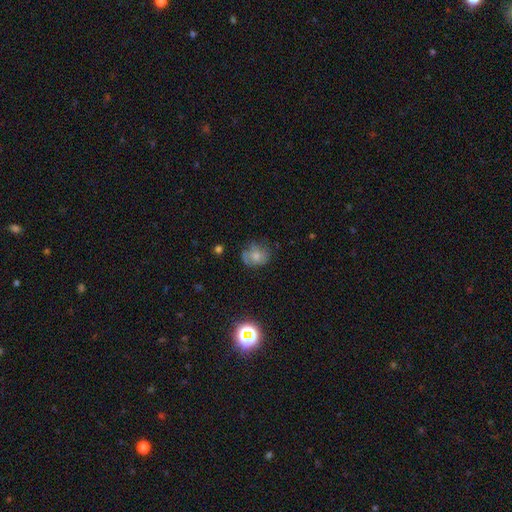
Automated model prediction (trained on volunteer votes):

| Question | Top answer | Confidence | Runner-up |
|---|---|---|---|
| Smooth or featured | smooth | 63% | featured or disk (24%) |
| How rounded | round | 62% | in between (37%) |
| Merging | none | 56% | minor disturbance (29%) |